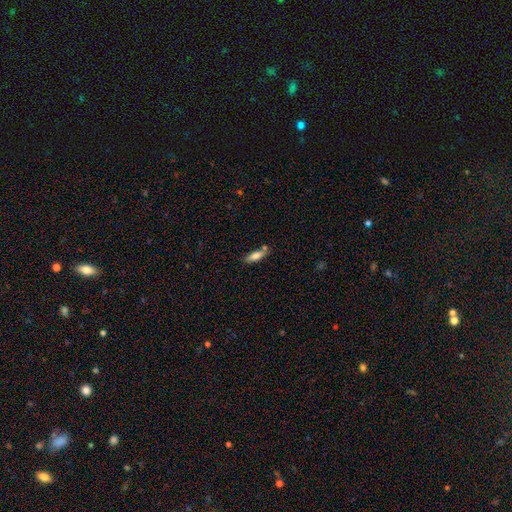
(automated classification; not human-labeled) The model was most divided on "how rounded": in between: 51%, cigar-shaped: 47%, round: 2%. More confident: smooth or featured — smooth (76%); merging — none (63%).